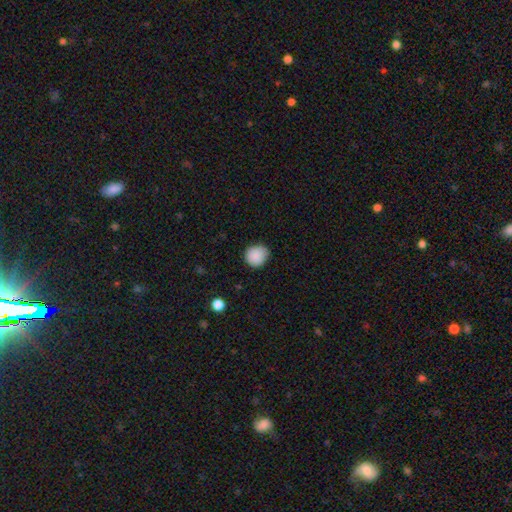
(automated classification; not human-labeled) This is clearly a smooth galaxy (88%). How rounded: clearly round (87%). Merging: likely none (79%).